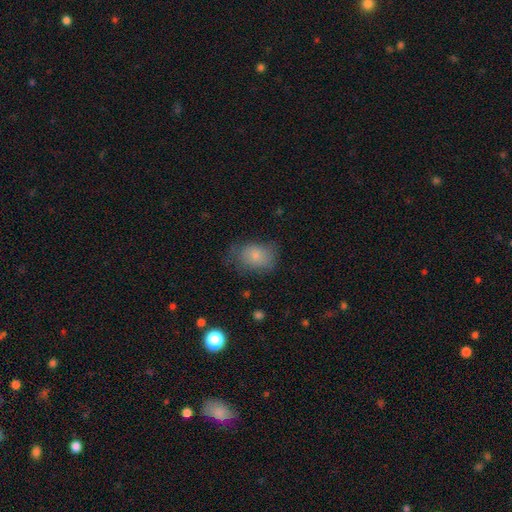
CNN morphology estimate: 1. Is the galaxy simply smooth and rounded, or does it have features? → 78% smooth, 13% featured or disk, 10% star or artifact.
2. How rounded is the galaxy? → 72% in between, 27% round, 1% cigar-shaped.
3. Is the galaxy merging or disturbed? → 57% none, 28% minor disturbance, 14% major disturbance, 2% merger.